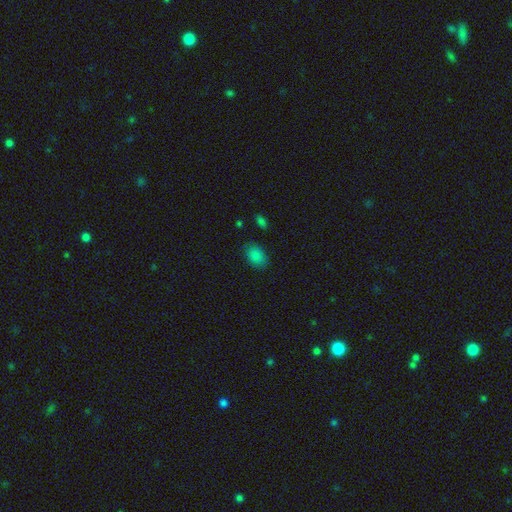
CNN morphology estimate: Smooth or featured: smooth — 85% (star or artifact — 11%)
How rounded: in between — 79% (round — 20%)
Merging: none — 81% (minor disturbance — 14%)